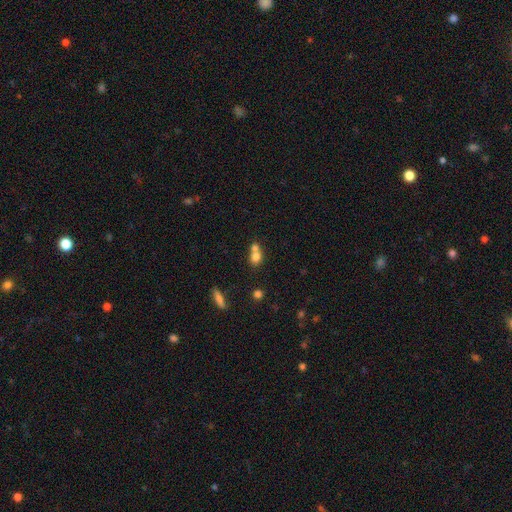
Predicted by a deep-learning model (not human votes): Smooth or featured: smooth — 75% (featured or disk — 14%)
How rounded: round — 59% (in between — 39%)
Merging: merger — 61% (none — 30%)